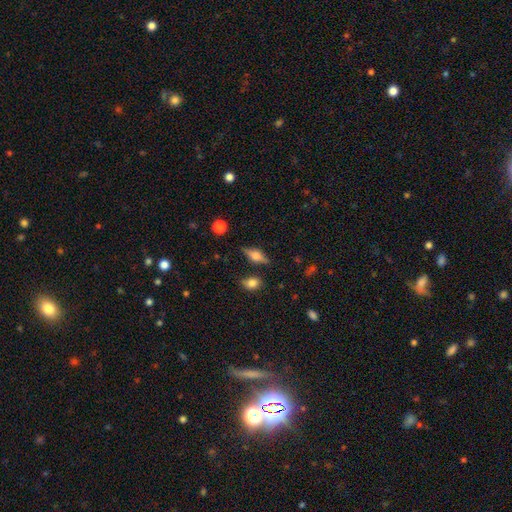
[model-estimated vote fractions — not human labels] A featured or disk galaxy (56%) viewed edge-on (93%) with a rounded central bulge (89%).

Vote fractions:
- Smooth or featured? featured or disk: 56% / smooth: 35% / star or artifact: 9%
- Edge-on disk? yes: 93% / no: 7%
- Edge-on bulge? rounded: 89% / boxy: 9% / none: 2%
- Merging? none: 79% / minor disturbance: 13% / major disturbance: 4% / merger: 4%